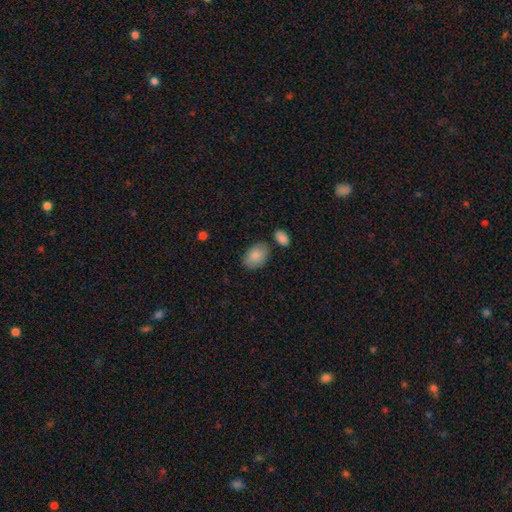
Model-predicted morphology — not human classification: Overall: smooth (86%). How rounded: in between (86%). Merging: none (73%).